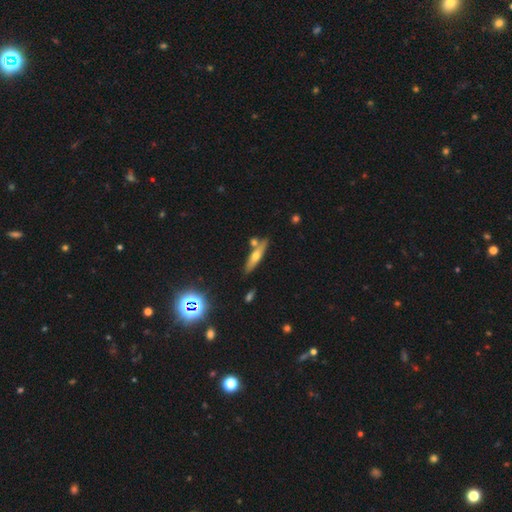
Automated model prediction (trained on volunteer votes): The model was most divided on "smooth or featured": featured or disk: 45%, smooth: 44%, star or artifact: 11%. More confident: merging — none (72%).